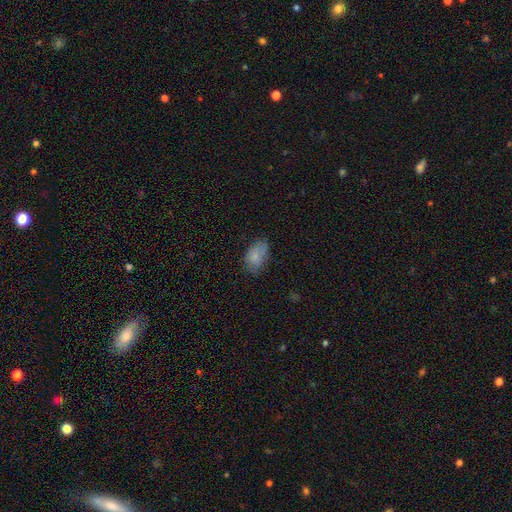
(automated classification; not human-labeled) smooth_or_featured: smooth (p=0.79) [alt: featured or disk p=0.13]
how_rounded: in between (p=0.91) [alt: round p=0.08]
merging: none (p=0.65) [alt: minor disturbance p=0.26]